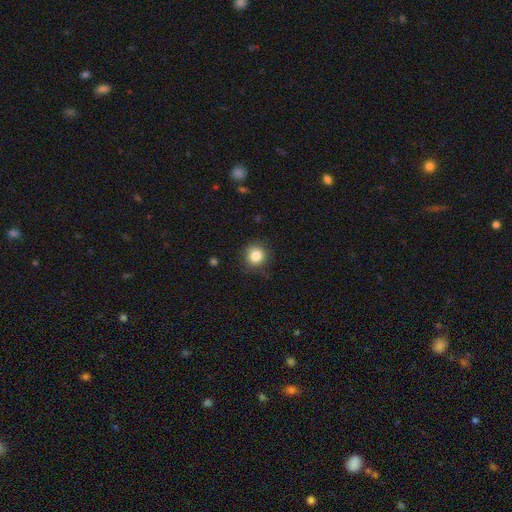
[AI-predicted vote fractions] The model was most divided on "smooth or featured": smooth: 85%, star or artifact: 10%, featured or disk: 5%. More confident: how rounded — round (91%); merging — none (87%).